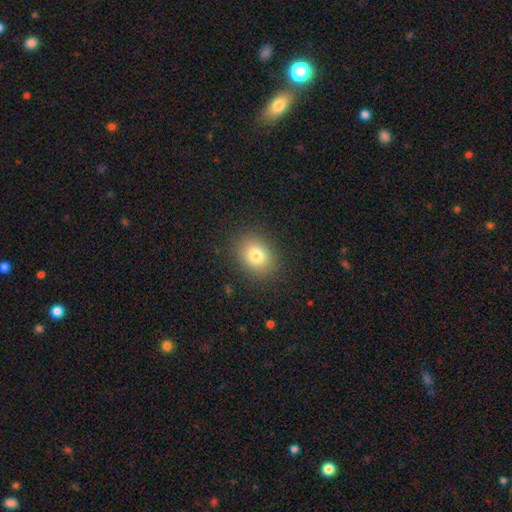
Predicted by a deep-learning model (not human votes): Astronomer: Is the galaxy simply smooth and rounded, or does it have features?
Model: smooth — 79%.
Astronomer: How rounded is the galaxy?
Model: round — 50%, tied with in between at 50%.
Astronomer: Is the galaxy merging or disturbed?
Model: none — 87%.